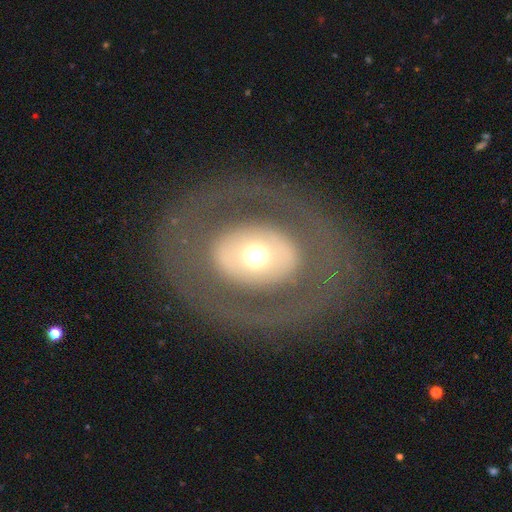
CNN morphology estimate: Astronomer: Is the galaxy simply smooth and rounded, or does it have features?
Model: featured or disk — 54% (runner-up: smooth, 39%).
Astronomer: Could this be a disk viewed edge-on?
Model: no — 92%.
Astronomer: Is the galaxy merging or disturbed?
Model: none — 81%.